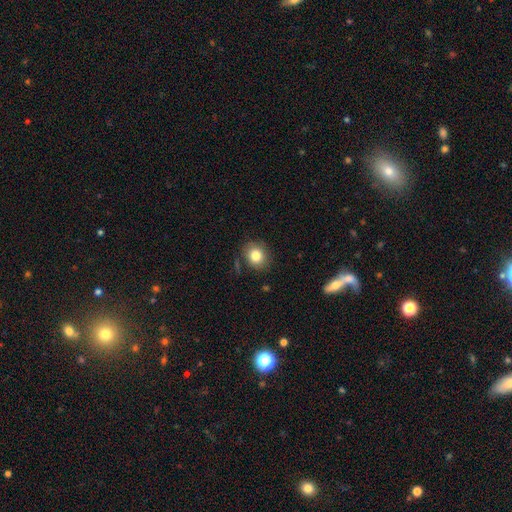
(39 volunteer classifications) A smooth galaxy with no disk features (90%) that is round (71%). Merging: none (71%).